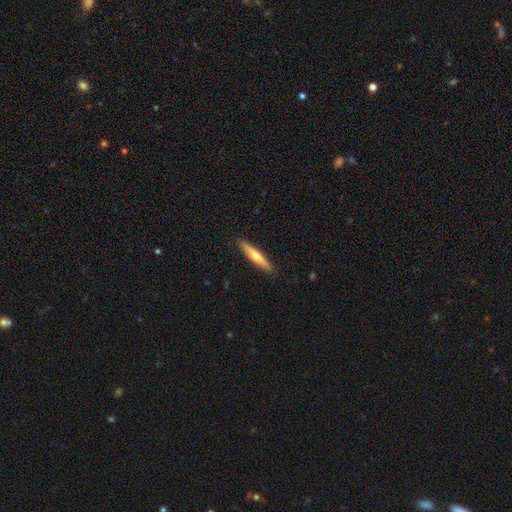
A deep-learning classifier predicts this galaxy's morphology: Smooth or featured? smooth (50%)
Merging? none (90%)